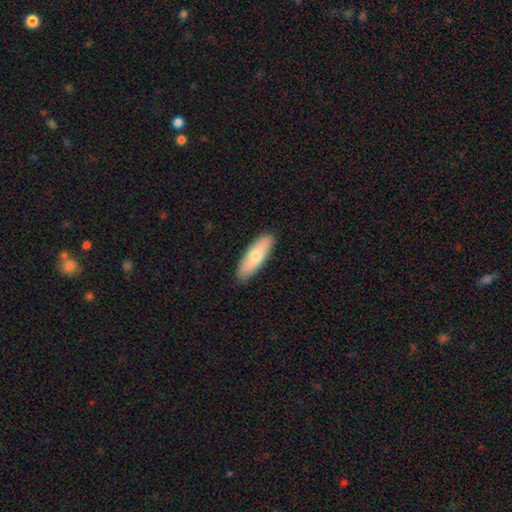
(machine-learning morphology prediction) type=smooth (66%); roundness=cigar-shaped (54%); merging=none (90%).